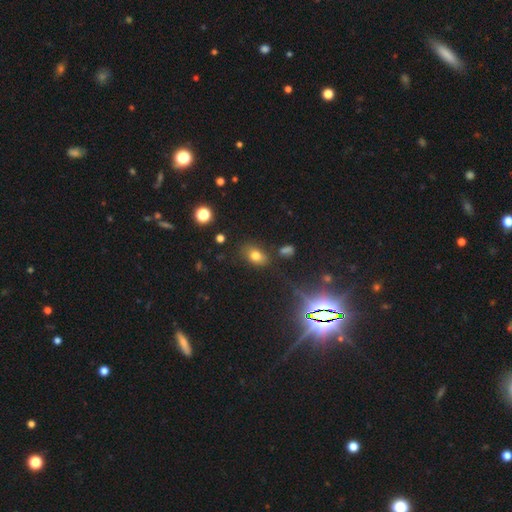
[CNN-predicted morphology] Overall: smooth (74%). How rounded: in between (78%). Merging: none (75%).